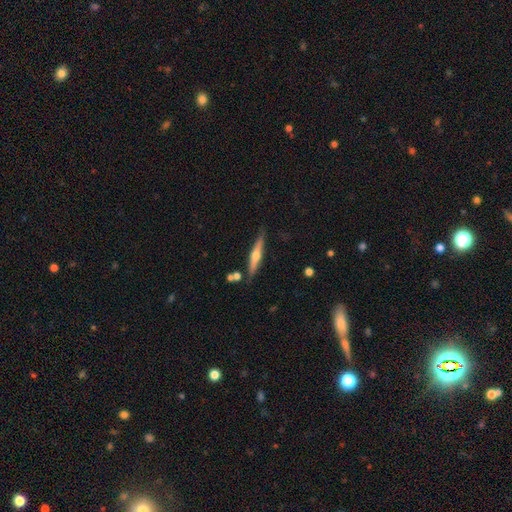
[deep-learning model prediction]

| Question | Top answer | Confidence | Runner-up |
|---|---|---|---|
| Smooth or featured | featured or disk | 64% | smooth (30%) |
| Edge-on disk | yes | 97% | no (3%) |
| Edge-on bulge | rounded | 90% | none (6%) |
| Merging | none | 82% | minor disturbance (11%) |